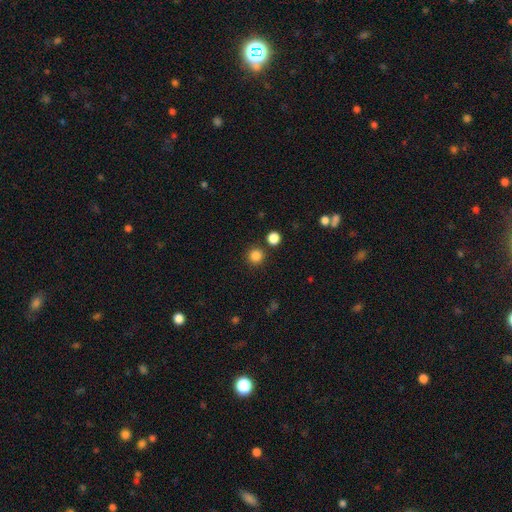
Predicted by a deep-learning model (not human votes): This appears to be a smooth galaxy with no disk features (84%) that is round (95%). Merging: none (86%).